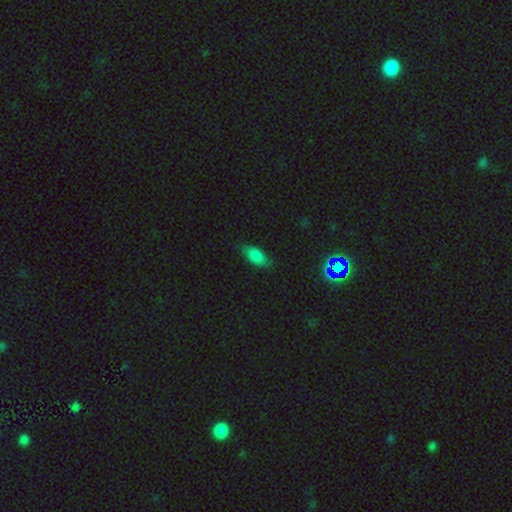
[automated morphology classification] A smooth galaxy with no disk features (81%) that is in between round and cigar-shaped (87%). Merging: none (76%).